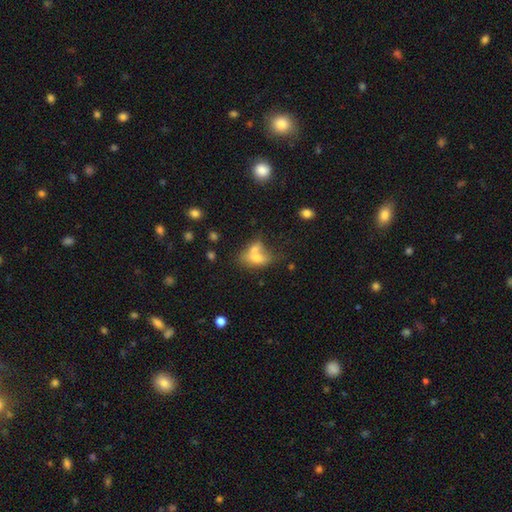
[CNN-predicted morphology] type=smooth (67%); roundness=in between (78%); merging=merger (57%).